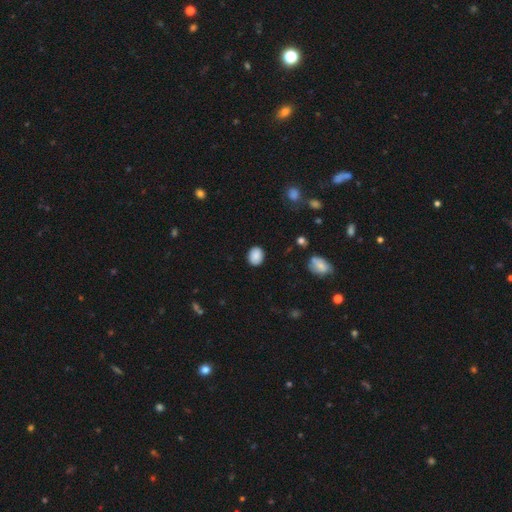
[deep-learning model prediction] Morphology: type=smooth (87%); roundness=in between (53%); merging=none (86%).